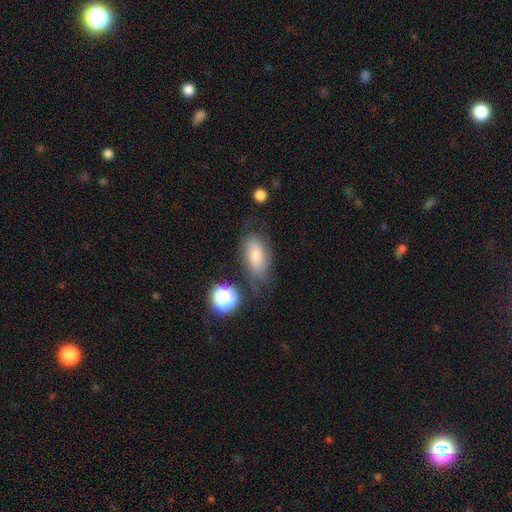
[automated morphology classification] Smooth or featured? Predicted: smooth (p=0.66). How rounded? Predicted: in between (p=0.86). Merging? Predicted: none (p=0.57).